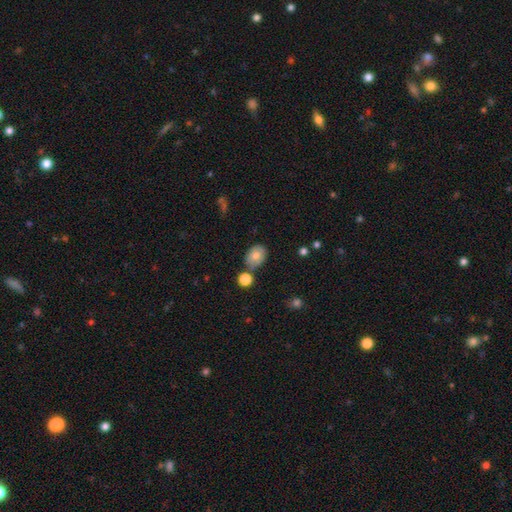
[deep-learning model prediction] Smooth or featured? Predicted: smooth (p=0.74). How rounded? Predicted: in between (p=0.66). Merging? Predicted: none (p=0.67).